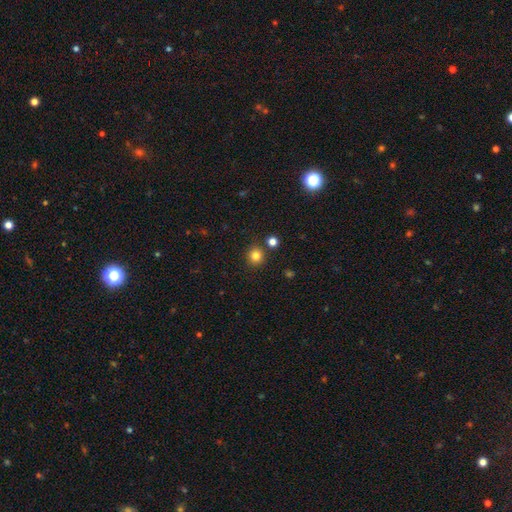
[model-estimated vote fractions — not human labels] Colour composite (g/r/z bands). It shows a smooth galaxy with no disk features (82%) that is round (91%). Merging: none (85%).